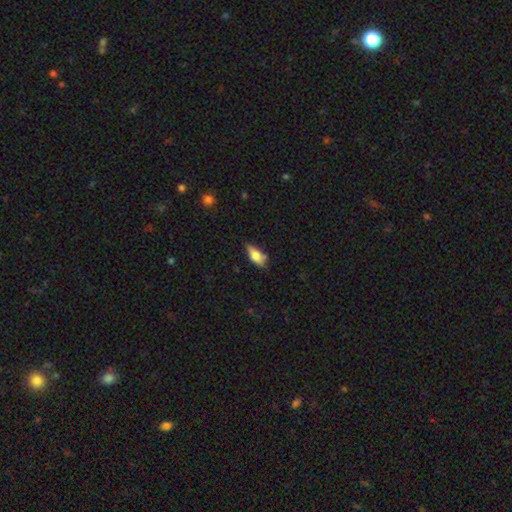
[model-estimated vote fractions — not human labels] smooth 74%, featured or disk 19%, star or artifact 7%. Down the decision tree: how rounded — in between (84%); merging — none (55%).